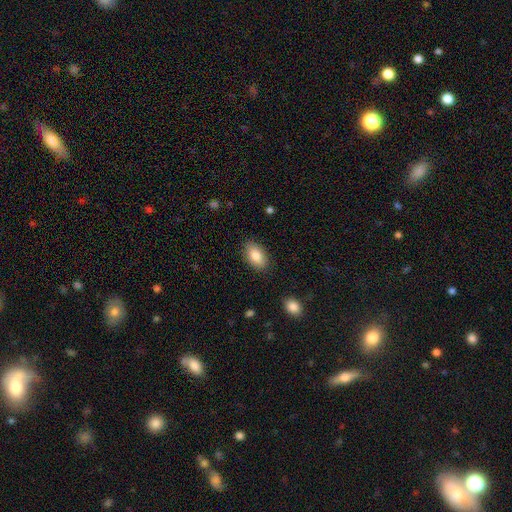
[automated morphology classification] Smooth or featured? smooth (84%)
How rounded? in between (92%)
Merging? none (86%)